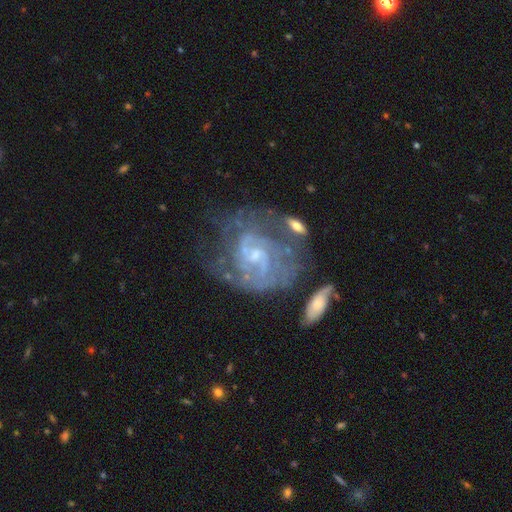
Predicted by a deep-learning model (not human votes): This appears to be a featured or disk galaxy (84%) with no bar (51%), 2 (37%) tight (52%) spiral arms (90%) and a small central bulge (67%). Merging: none (46%).